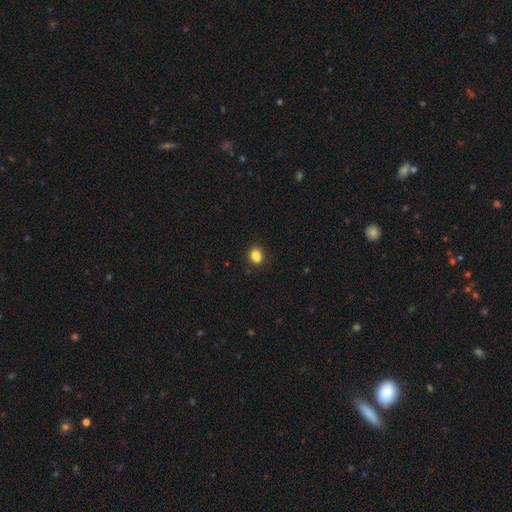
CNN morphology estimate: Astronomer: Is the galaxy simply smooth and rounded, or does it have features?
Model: smooth — 83%.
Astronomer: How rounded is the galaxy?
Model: round — 52% (runner-up: in between, 47%).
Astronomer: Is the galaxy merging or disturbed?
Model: none — 71%.